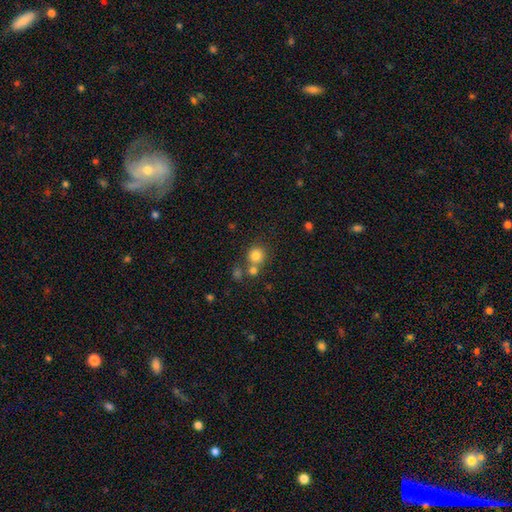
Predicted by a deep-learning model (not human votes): A smooth galaxy with no disk features (80%) that is round (91%). Merging: none (64%).